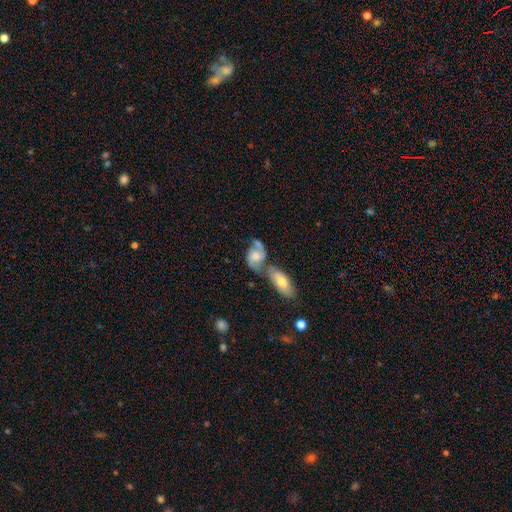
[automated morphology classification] A featured or disk galaxy (76%) with no bar (60%), 2 (90%) medium (46%) spiral arms (94%) and a moderate central bulge (46%). Merging: merger (51%).